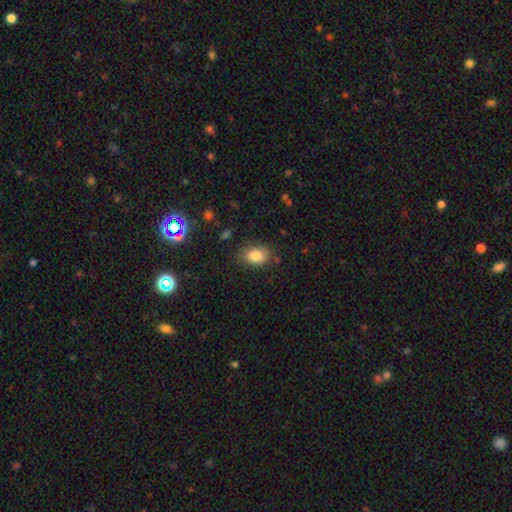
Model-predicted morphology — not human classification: smooth-or-featured: smooth: 83% | star or artifact: 9% | featured or disk: 7%
  how-rounded: in between: 78% | round: 20% | cigar-shaped: 1%
  merging: none: 78% | minor disturbance: 17% | major disturbance: 4% | merger: 2%